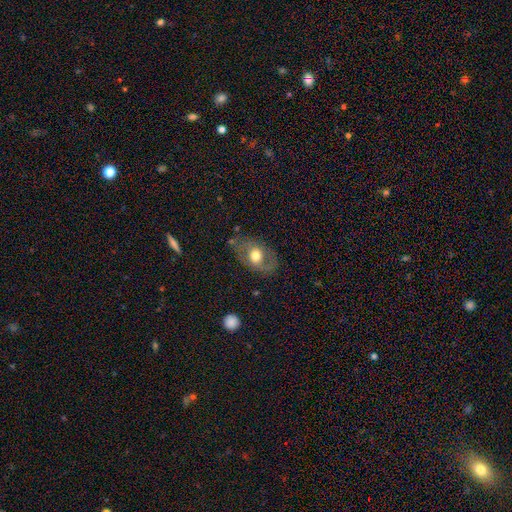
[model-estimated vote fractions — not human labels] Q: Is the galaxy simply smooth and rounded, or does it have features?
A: featured or disk — 48%.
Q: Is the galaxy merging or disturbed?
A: none — 65%.